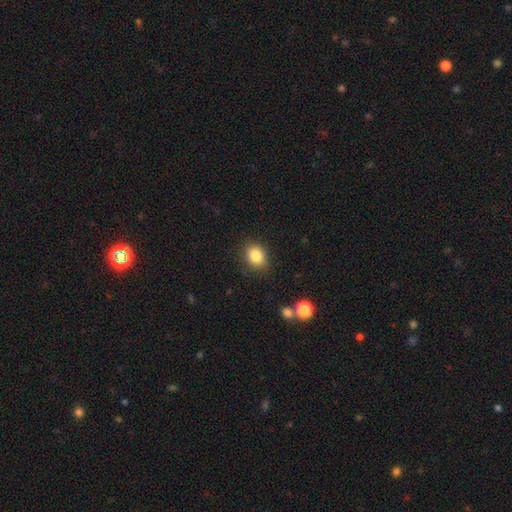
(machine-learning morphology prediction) Smooth or featured: smooth — 84% (star or artifact — 10%)
How rounded: round — 52% (in between — 47%)
Merging: none — 86% (minor disturbance — 10%)